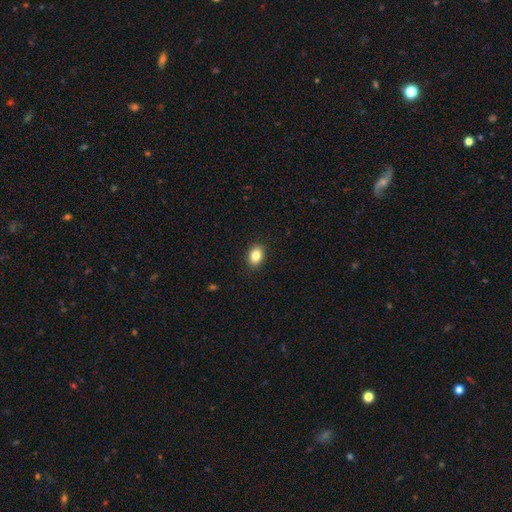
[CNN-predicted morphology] type=smooth (84%); roundness=in between (74%); merging=none (90%).